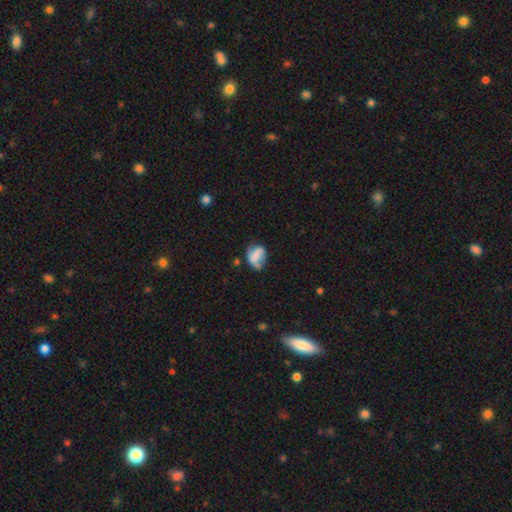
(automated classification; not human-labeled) This is possibly a smooth galaxy (58%). How rounded: likely in between (65%). Merging: marginally none (37%).